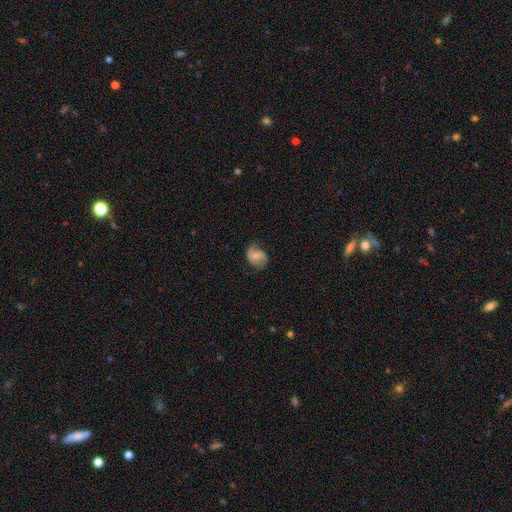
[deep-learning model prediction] smooth_or_featured: featured or disk (p=0.66) [alt: smooth p=0.27]
disk_edge_on: no (p=0.97) [alt: yes p=0.03]
bar: no (p=0.51) [alt: weak p=0.39]
has_spiral_arms: yes (p=0.92) [alt: no p=0.08]
spiral_winding: medium (p=0.45) [alt: loose p=0.36]
spiral_arm_count: 2 (p=0.86) [alt: can't tell p=0.06]
bulge_size: small (p=0.49) [alt: moderate p=0.38]
merging: none (p=0.70) [alt: minor disturbance p=0.21]